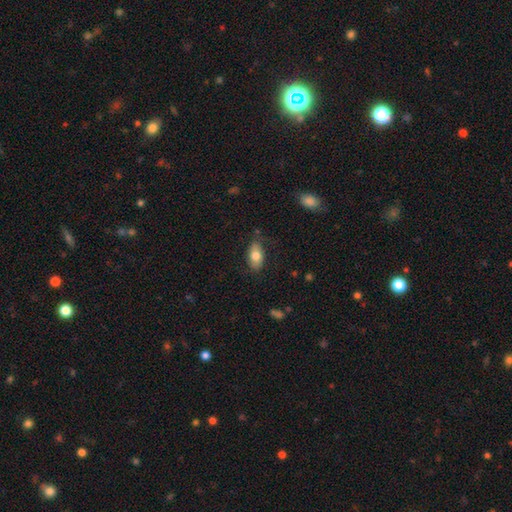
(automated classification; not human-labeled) Smooth or featured? Predicted: smooth (p=0.77). How rounded? Predicted: in between (p=0.90). Merging? Predicted: none (p=0.77).